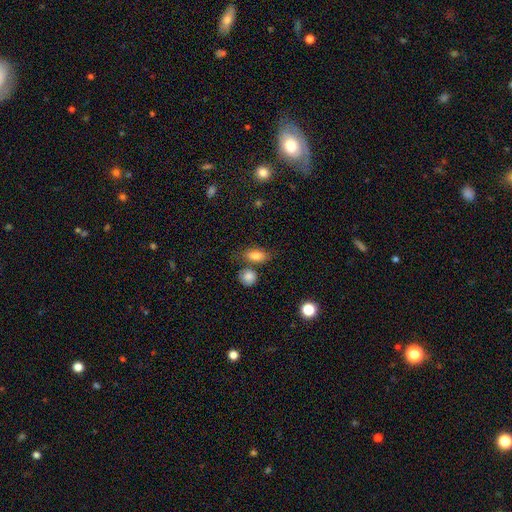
Morphology: type=smooth (87%); roundness=in between (88%); merging=none (87%).